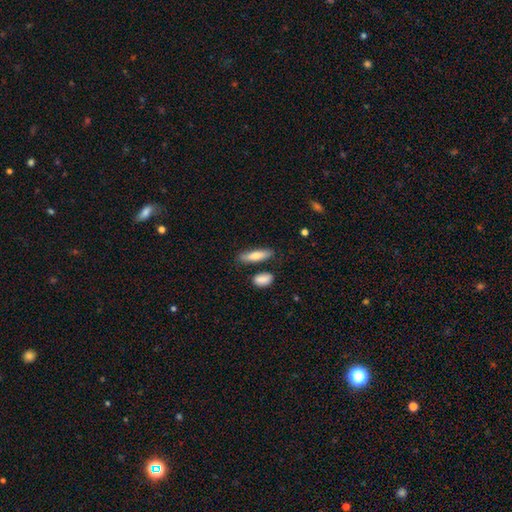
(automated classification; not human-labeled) This appears to be a smooth galaxy with no disk features (71%) that is cigar-shaped (59%). Merging: none (76%).